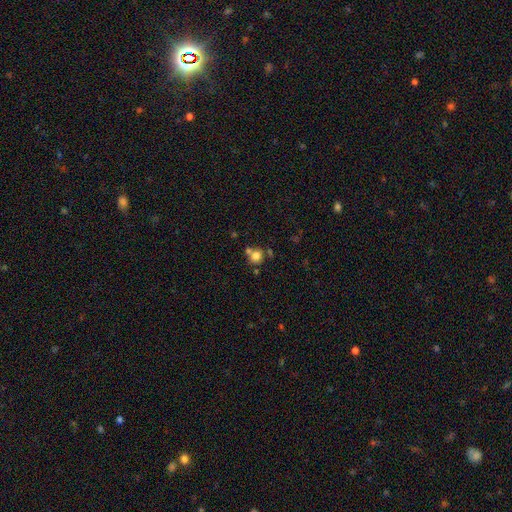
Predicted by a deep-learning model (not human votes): smooth 76%, star or artifact 13%, featured or disk 11%. Down the decision tree: how rounded — round (81%); merging — none (54%).